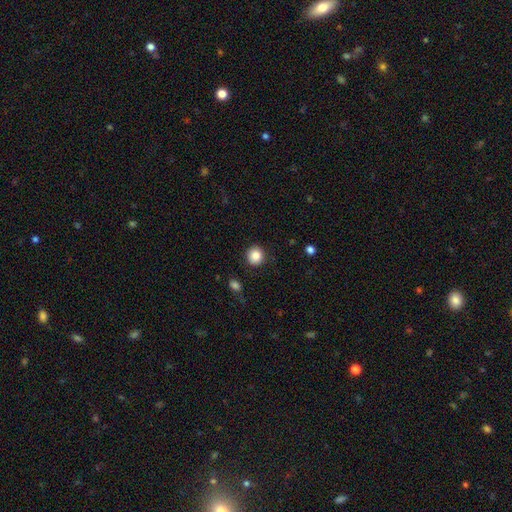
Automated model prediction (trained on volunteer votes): smooth_or_featured: smooth (p=0.87) [alt: star or artifact p=0.09]
how_rounded: round (p=0.90) [alt: in between p=0.09]
merging: none (p=0.89) [alt: minor disturbance p=0.07]